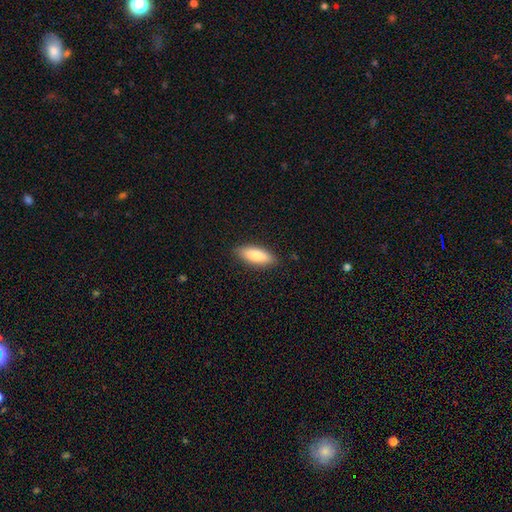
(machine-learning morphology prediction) The model was most divided on "how rounded": in between: 65%, cigar-shaped: 33%, round: 2%. More confident: merging — none (87%); smooth or featured — smooth (78%).